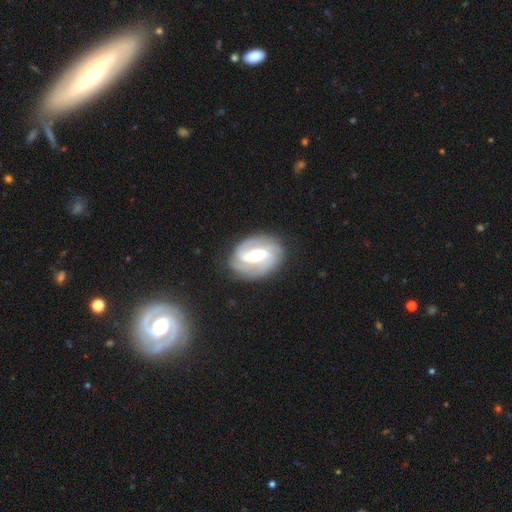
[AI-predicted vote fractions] Smooth or featured? featured or disk (84%)
Edge-on disk? no (96%)
Bar? strong (51%)
Spiral arms? yes (94%)
Spiral winding? medium (42%, tied with tight)
Spiral arm count? 2 (71%)
Bulge size? moderate (65%)
Merging? none (81%)